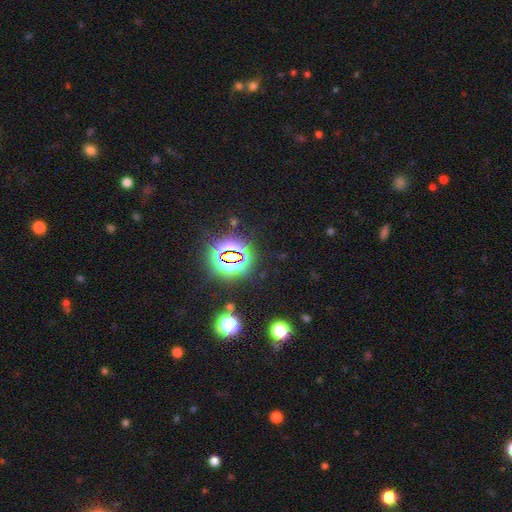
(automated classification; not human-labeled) The model was most divided on "smooth or featured": star or artifact: 77%, smooth: 16%, featured or disk: 7%.